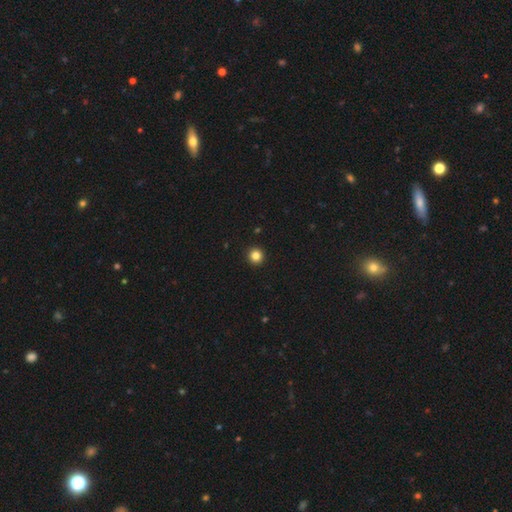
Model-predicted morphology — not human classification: smooth_or_featured: smooth (p=0.84) [alt: star or artifact p=0.12]
how_rounded: round (p=0.95) [alt: in between p=0.04]
merging: none (p=0.94) [alt: minor disturbance p=0.04]